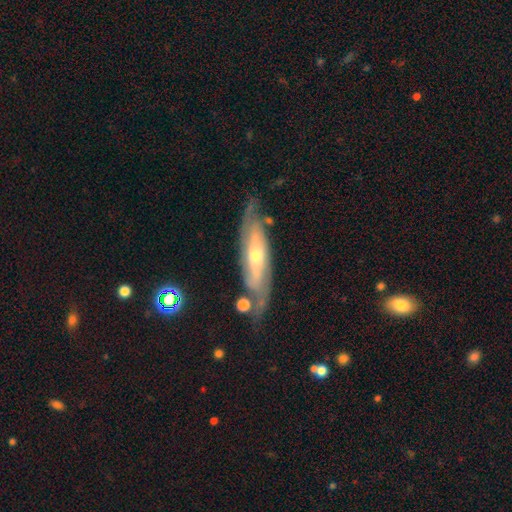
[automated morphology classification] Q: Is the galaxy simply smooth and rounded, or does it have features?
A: featured or disk — 80%.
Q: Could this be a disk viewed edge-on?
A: no — 72%.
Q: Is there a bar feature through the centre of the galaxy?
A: no — 62%.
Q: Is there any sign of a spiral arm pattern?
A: yes — 89%.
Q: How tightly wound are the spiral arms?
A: tight — 54%.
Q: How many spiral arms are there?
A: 2 — 51%.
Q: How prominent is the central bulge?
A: moderate — 56%.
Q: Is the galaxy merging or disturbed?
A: none — 70%.